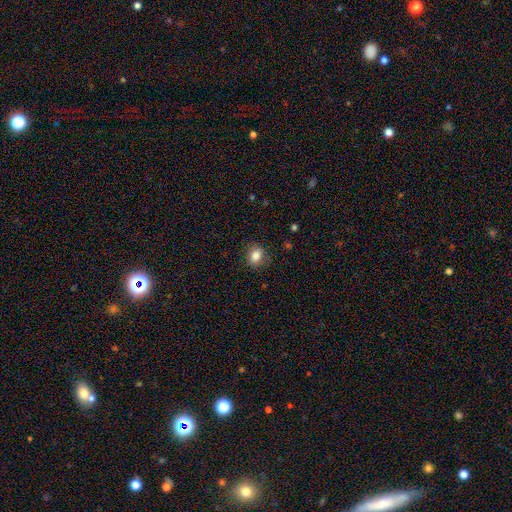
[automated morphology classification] A smooth galaxy with no disk features (82%) that is round (56%). Merging: none (85%).